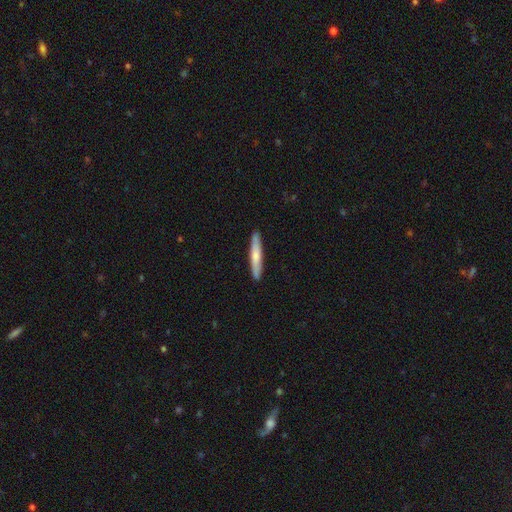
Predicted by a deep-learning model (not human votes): The model was most divided on "smooth or featured": smooth: 63%, featured or disk: 32%, star or artifact: 5%. More confident: how rounded — cigar-shaped (93%); merging — none (91%).